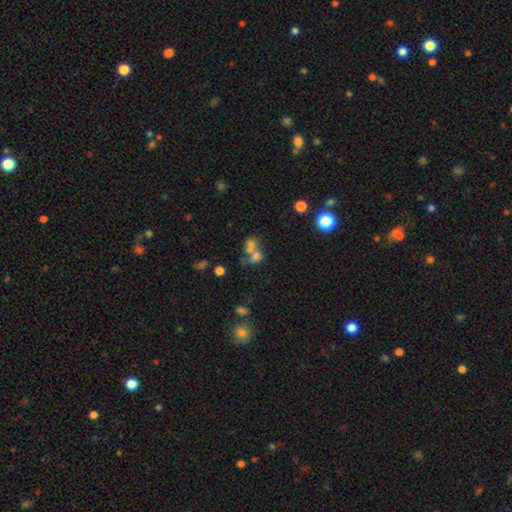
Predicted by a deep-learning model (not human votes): smooth_or_featured: smooth (p=0.65) [alt: star or artifact p=0.19]
how_rounded: round (p=0.60) [alt: in between p=0.38]
merging: merger (p=0.59) [alt: none p=0.28]